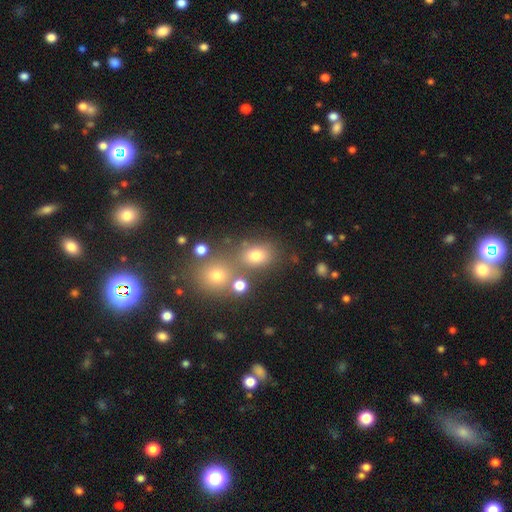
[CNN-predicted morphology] A smooth galaxy with no disk features (71%) that is round (50%).

Vote fractions:
- Smooth or featured? smooth: 71% / star or artifact: 19% / featured or disk: 10%
- How rounded? round: 50% / in between: 49% / cigar-shaped: 1%
- Merging? none: 61% / merger: 22% / minor disturbance: 12% / major disturbance: 5%